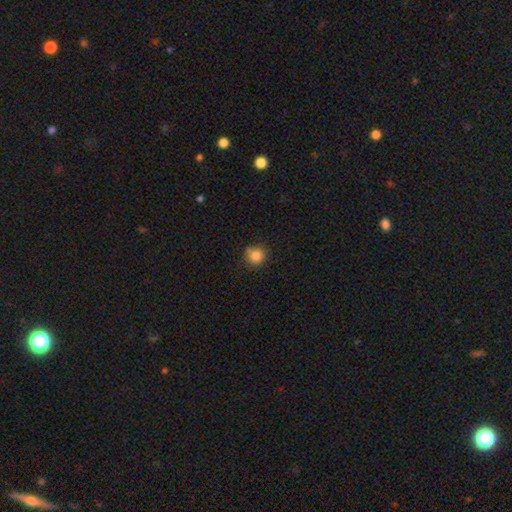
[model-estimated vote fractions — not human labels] smooth 84%, star or artifact 10%, featured or disk 6%. Down the decision tree: how rounded — round (87%); merging — none (70%).